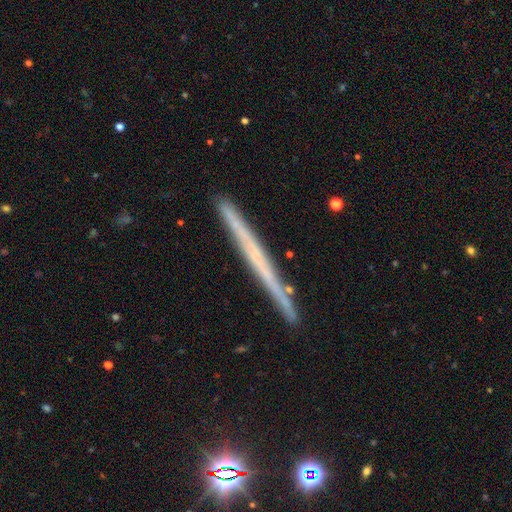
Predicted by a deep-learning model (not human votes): Q: Smooth or featured?
A: featured or disk (57%); runner-up: smooth (35%)
Q: Edge-on disk?
A: yes (97%); runner-up: no (3%)
Q: Edge-on bulge?
A: none (91%); runner-up: rounded (7%)
Q: Merging?
A: none (89%); runner-up: minor disturbance (8%)